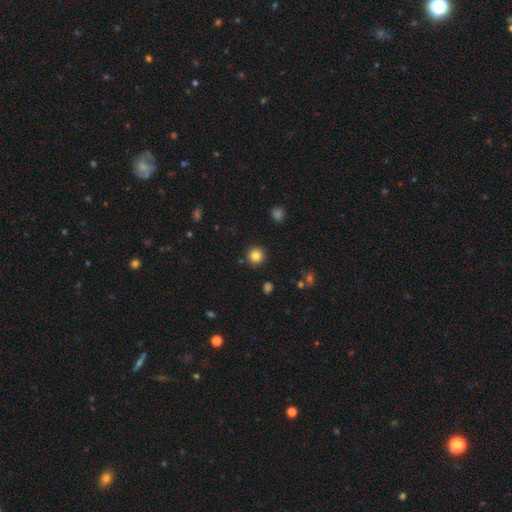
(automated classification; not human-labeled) Morphology: type=smooth (83%); roundness=round (94%); merging=none (91%).